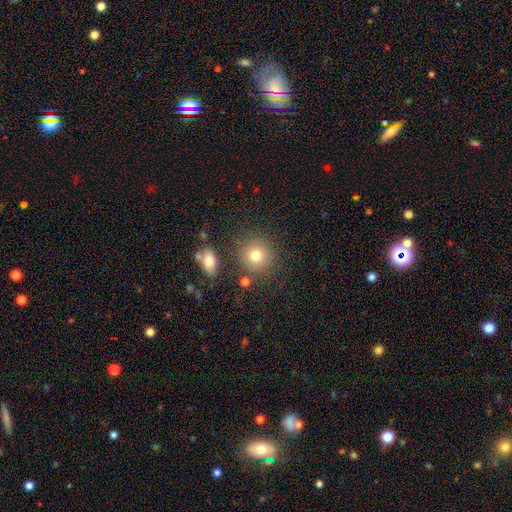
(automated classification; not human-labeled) smooth-or-featured: smooth: 78% | star or artifact: 12% | featured or disk: 9%
  how-rounded: round: 90% | in between: 9% | cigar-shaped: 1%
  merging: none: 81% | minor disturbance: 9% | merger: 6% | major disturbance: 4%